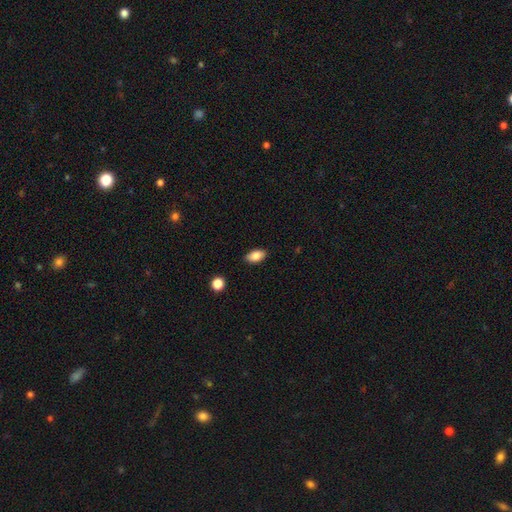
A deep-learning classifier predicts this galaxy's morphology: Overall: smooth (85%). How rounded: in between (92%). Merging: none (87%).